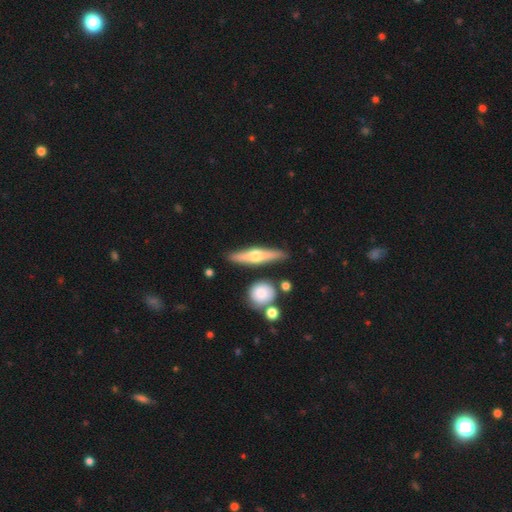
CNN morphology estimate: Overall: featured or disk (58%; smooth 37%). Edge-on disk: yes (93%). Edge-on bulge: rounded (93%). Merging: none (85%).